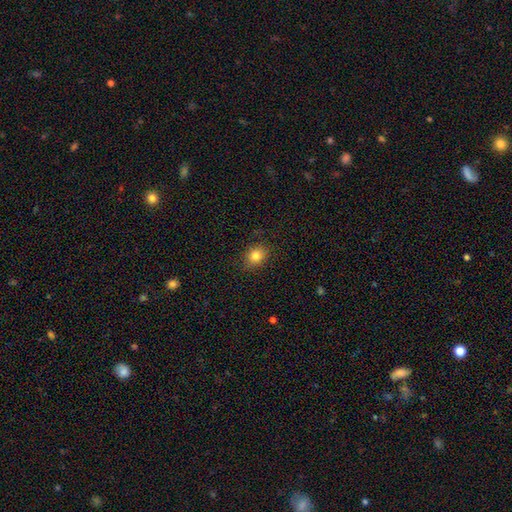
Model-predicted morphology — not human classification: A smooth galaxy with no disk features (81%) that is round (57%).

Vote fractions:
- Smooth or featured? smooth: 81% / star or artifact: 12% / featured or disk: 7%
- How rounded? round: 57% / in between: 42% / cigar-shaped: 1%
- Merging? none: 85% / minor disturbance: 11% / major disturbance: 3% / merger: 1%